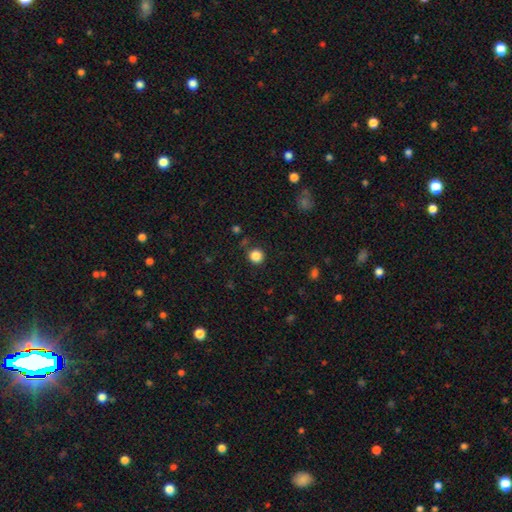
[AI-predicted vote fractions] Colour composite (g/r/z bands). It shows a smooth galaxy with no disk features (86%) that is round (93%). Merging: none (87%).